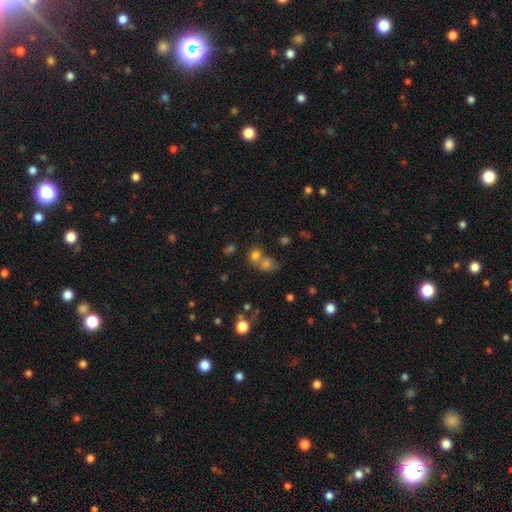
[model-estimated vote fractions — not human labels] Smooth or featured? Predicted: smooth (p=0.72). How rounded? Predicted: round (p=0.62). Merging? Predicted: merger (p=0.52).